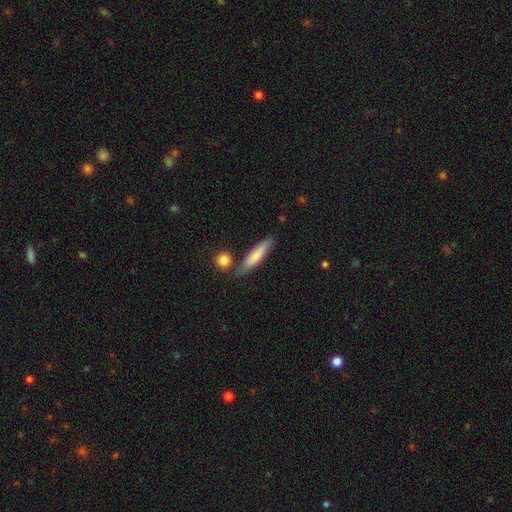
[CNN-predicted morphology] Smooth or featured? Predicted: smooth (p=0.75). How rounded? Predicted: cigar-shaped (p=0.82). Merging? Predicted: none (p=0.72).